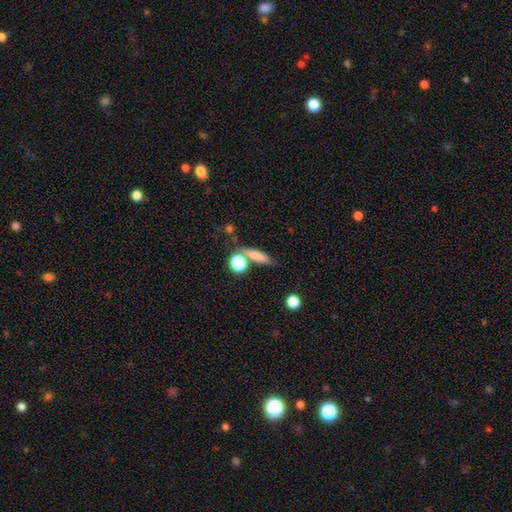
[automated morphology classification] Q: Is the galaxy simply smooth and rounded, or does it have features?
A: smooth — 76%.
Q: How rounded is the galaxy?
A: cigar-shaped — 55%.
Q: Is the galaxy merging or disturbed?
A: none — 66%.